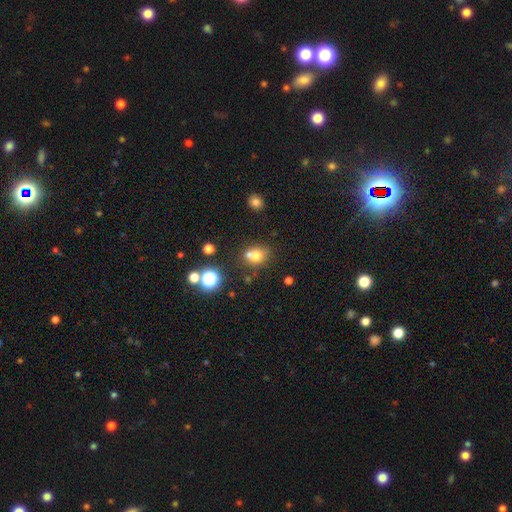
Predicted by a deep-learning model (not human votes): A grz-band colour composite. It shows a smooth galaxy with no disk features (71%) that is round (68%). Merging: none (51%).